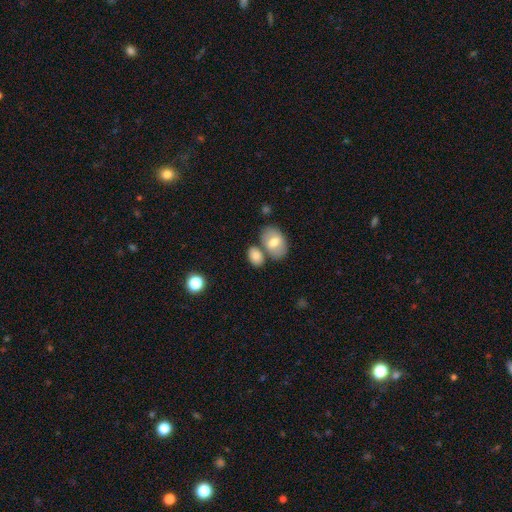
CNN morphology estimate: Smooth or featured?
  - smooth: 77% *
  - featured or disk: 15%
  - star or artifact: 8%
How rounded?
  - in between: 85% *
  - round: 13%
  - cigar-shaped: 2%
Merging?
  - none: 57% *
  - merger: 27%
  - minor disturbance: 13%
  - major disturbance: 4%